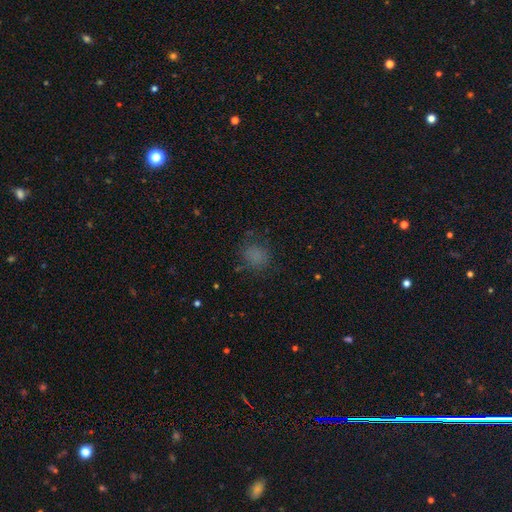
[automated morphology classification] Smooth or featured: smooth — 74% (star or artifact — 17%)
How rounded: round — 73% (in between — 26%)
Merging: none — 72% (minor disturbance — 17%)